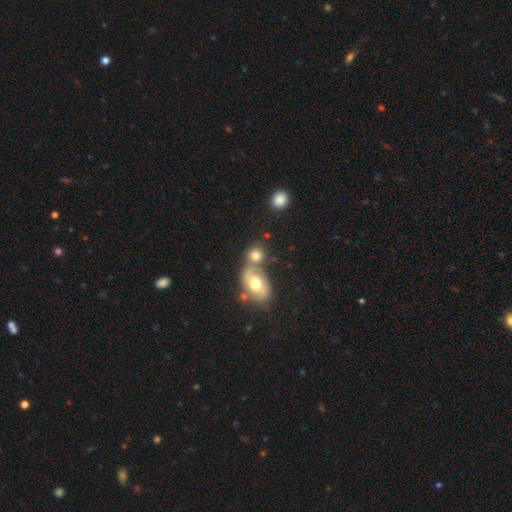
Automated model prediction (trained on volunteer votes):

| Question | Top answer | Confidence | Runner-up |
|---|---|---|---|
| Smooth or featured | smooth | 75% | featured or disk (15%) |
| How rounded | round | 60% | in between (38%) |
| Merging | merger | 44% | none (42%) |